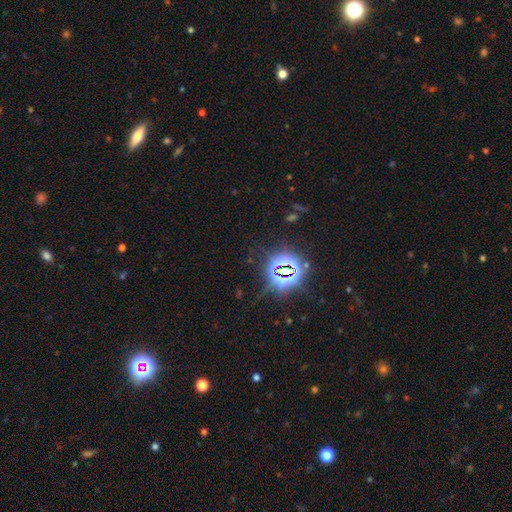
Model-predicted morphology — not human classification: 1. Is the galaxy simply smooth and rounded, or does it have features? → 83% star or artifact, 11% smooth, 7% featured or disk.